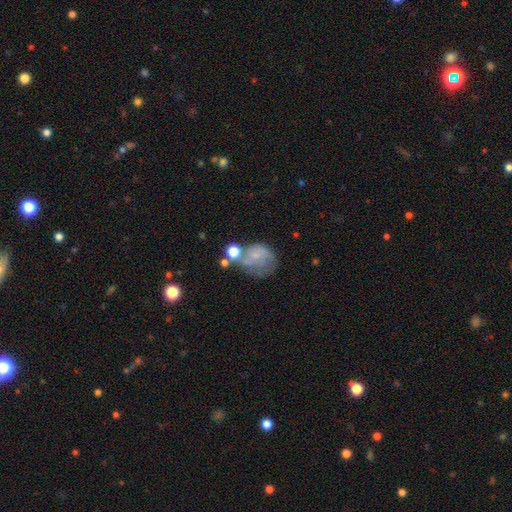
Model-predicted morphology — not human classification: The model was most divided on "merging": none: 33%, major disturbance: 27%, minor disturbance: 24%, merger: 17%. More confident: how rounded — round (65%); smooth or featured — smooth (52%).